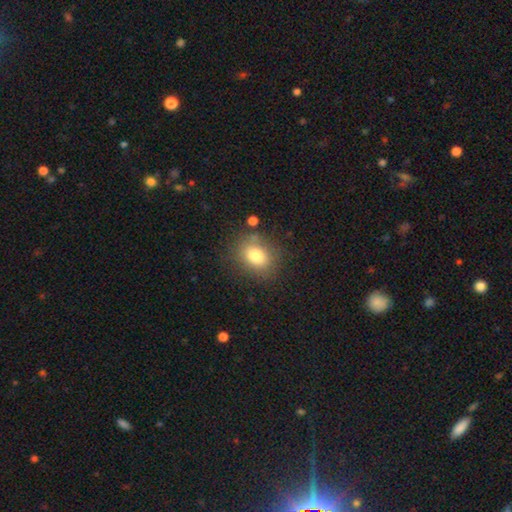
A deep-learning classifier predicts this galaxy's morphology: Smooth or featured: smooth — 79% (star or artifact — 11%)
How rounded: round — 50% (in between — 49%)
Merging: none — 77% (minor disturbance — 14%)